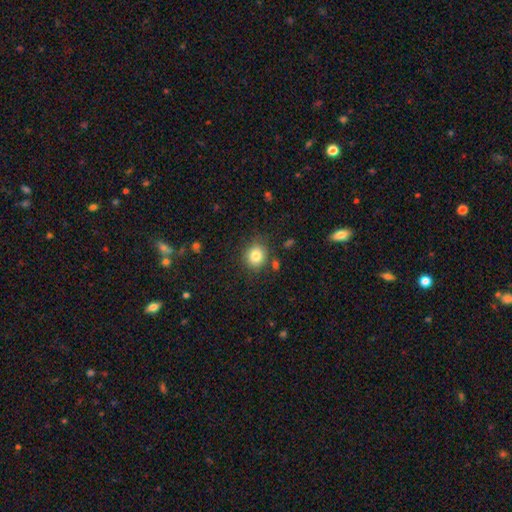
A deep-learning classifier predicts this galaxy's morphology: smooth_or_featured: smooth (p=0.82) [alt: star or artifact p=0.11]
how_rounded: round (p=0.82) [alt: in between p=0.18]
merging: none (p=0.81) [alt: minor disturbance p=0.11]